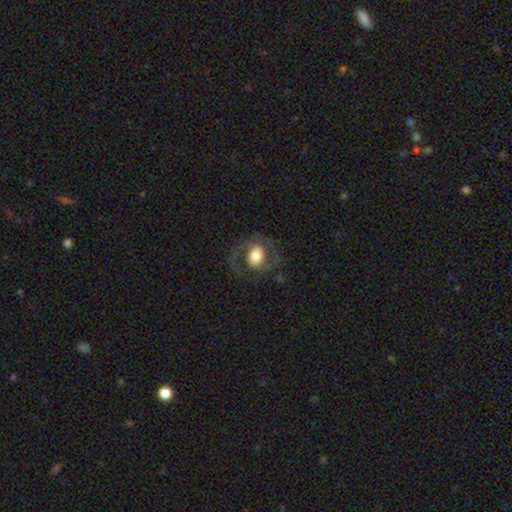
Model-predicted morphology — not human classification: Smooth or featured: smooth — 50% (featured or disk — 43%)
Merging: none — 67% (minor disturbance — 16%)